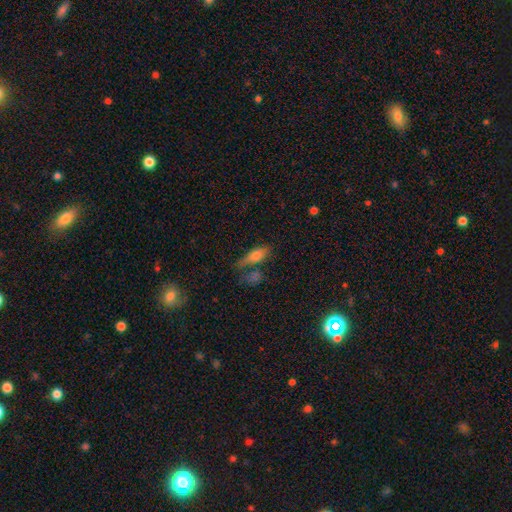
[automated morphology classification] This is likely a smooth galaxy (70%). How rounded: likely in between (63%). Merging: possibly none (51%).